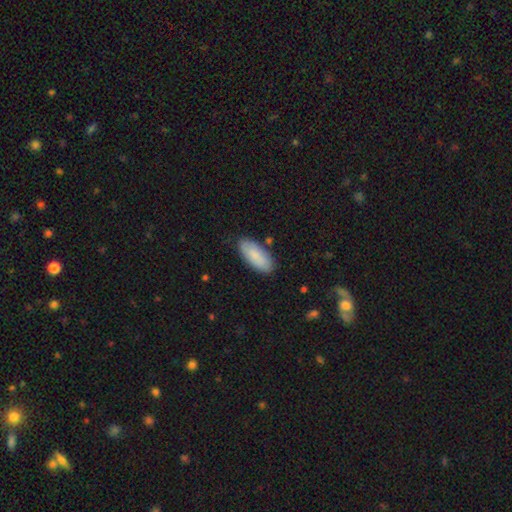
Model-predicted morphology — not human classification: Smooth or featured? Predicted: smooth (p=0.82). How rounded? Predicted: in between (p=0.86). Merging? Predicted: none (p=0.83).